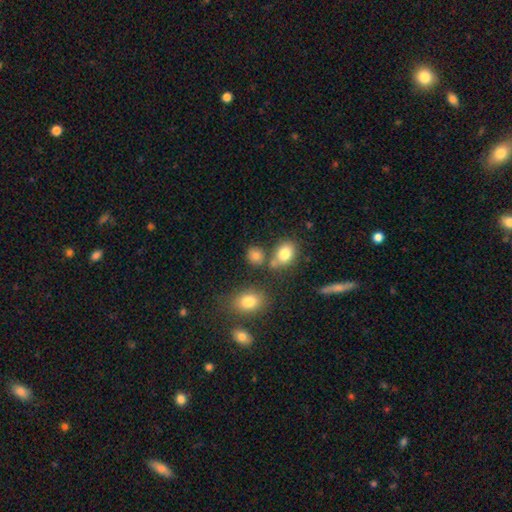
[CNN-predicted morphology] Smooth or featured? smooth (79%)
How rounded? round (68%)
Merging? none (69%)